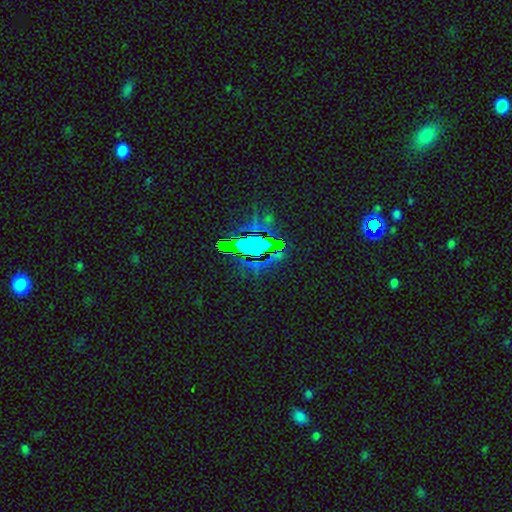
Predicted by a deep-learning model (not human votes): star or artifact 72%, smooth 16%, featured or disk 12%.